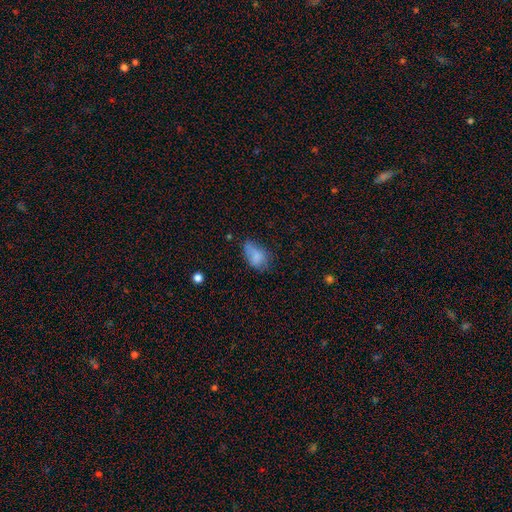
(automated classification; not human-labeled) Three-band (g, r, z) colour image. It shows a smooth galaxy with no disk features (73%) that is in between round and cigar-shaped (86%). Merging: none (41%).